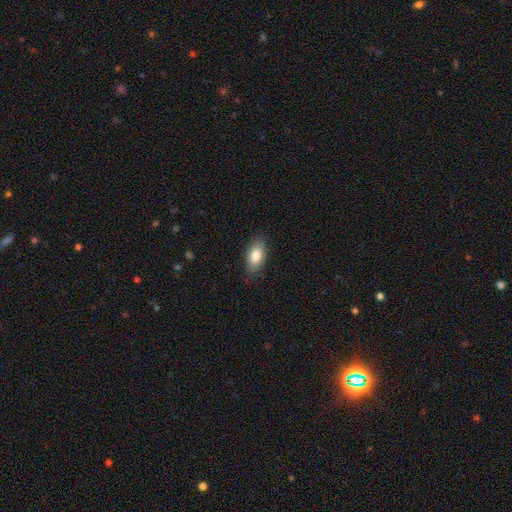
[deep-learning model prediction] smooth_or_featured: smooth (p=0.83) [alt: featured or disk p=0.10]
how_rounded: in between (p=0.89) [alt: round p=0.05]
merging: none (p=0.84) [alt: minor disturbance p=0.13]